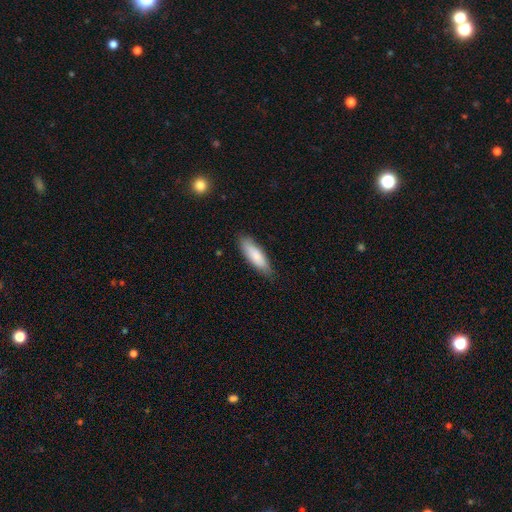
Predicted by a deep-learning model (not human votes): smooth-or-featured: smooth: 83% | featured or disk: 12% | star or artifact: 5%
  how-rounded: cigar-shaped: 51% | in between: 48% | round: 1%
  merging: none: 83% | minor disturbance: 14% | major disturbance: 2% | merger: 1%